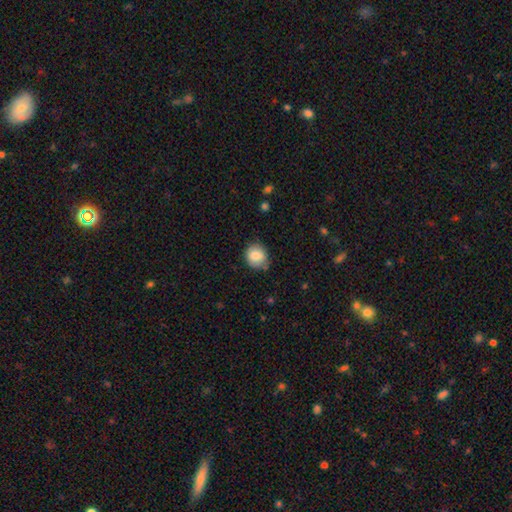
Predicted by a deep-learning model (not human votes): Smooth or featured? smooth (84%)
How rounded? round (77%)
Merging? none (76%)